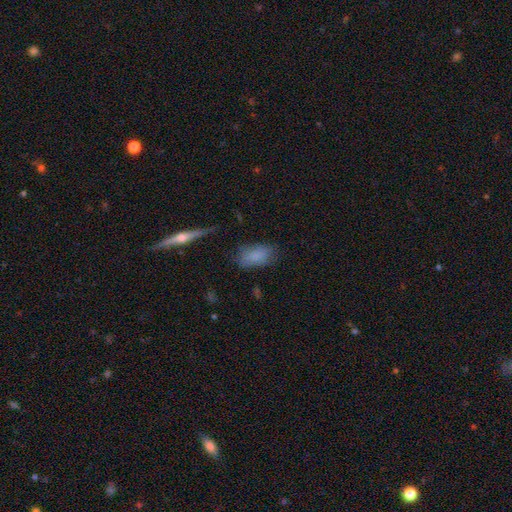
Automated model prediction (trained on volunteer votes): smooth_or_featured: smooth (p=0.80) [alt: featured or disk p=0.12]
how_rounded: in between (p=0.89) [alt: cigar-shaped p=0.06]
merging: none (p=0.70) [alt: minor disturbance p=0.21]